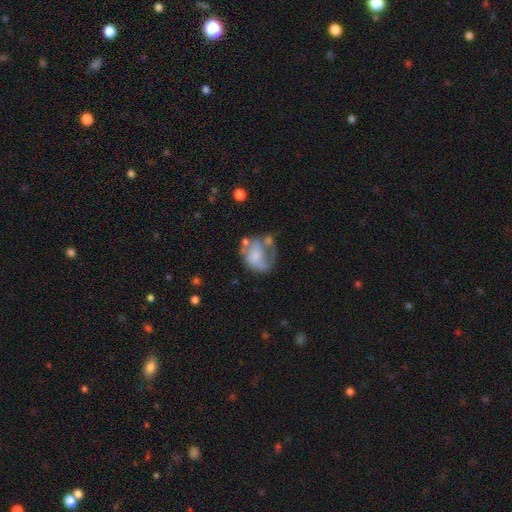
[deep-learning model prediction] featured or disk 51%, smooth 41%, star or artifact 8%. Down the decision tree: edge-on disk — no (97%); merging — major disturbance (34%).